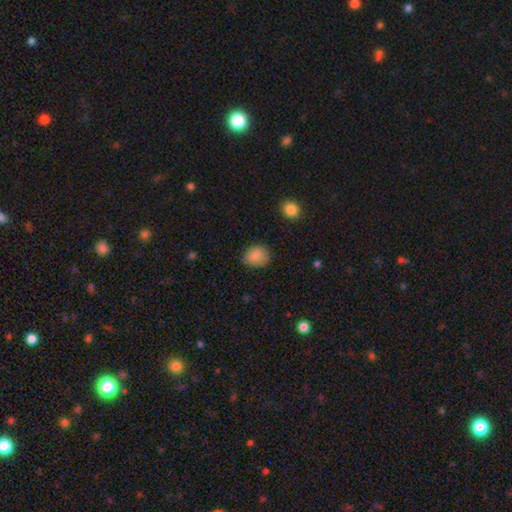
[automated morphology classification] Q: Smooth or featured?
A: smooth (86%); runner-up: star or artifact (9%)
Q: How rounded?
A: round (58%); runner-up: in between (41%)
Q: Merging?
A: none (77%); runner-up: minor disturbance (17%)